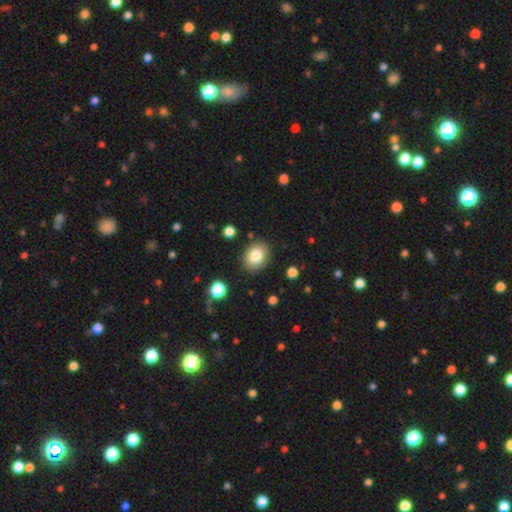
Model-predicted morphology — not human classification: smooth 81%, featured or disk 10%, star or artifact 9%. Down the decision tree: how rounded — in between (52%); merging — none (86%).